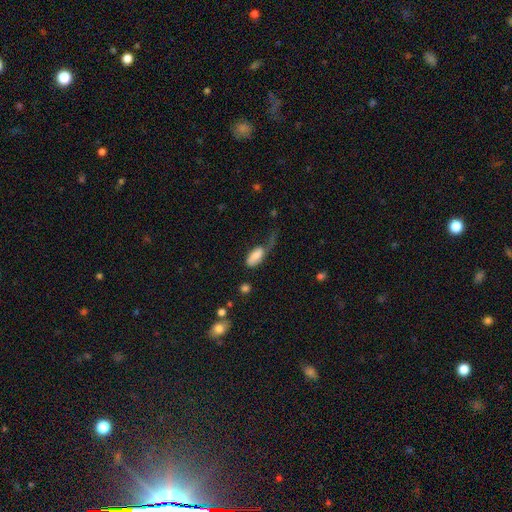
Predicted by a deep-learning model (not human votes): smooth_or_featured: smooth (p=0.71) [alt: featured or disk p=0.21]
how_rounded: in between (p=0.89) [alt: cigar-shaped p=0.08]
merging: major disturbance (p=0.49) [alt: minor disturbance p=0.24]